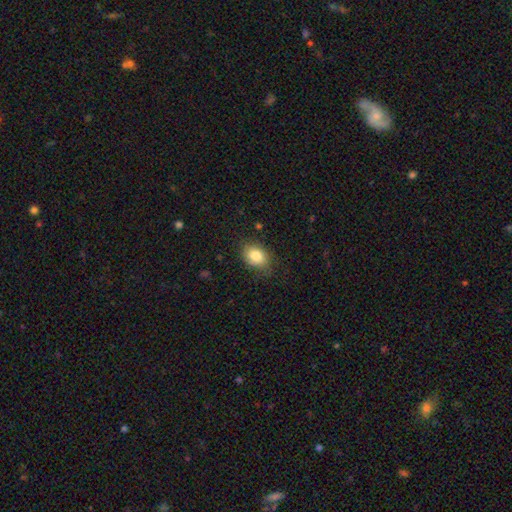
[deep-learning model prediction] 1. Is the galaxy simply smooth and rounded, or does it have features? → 83% smooth, 9% featured or disk, 8% star or artifact.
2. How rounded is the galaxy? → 70% in between, 29% round, 1% cigar-shaped.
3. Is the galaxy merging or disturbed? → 75% none, 19% minor disturbance, 5% major disturbance, 1% merger.